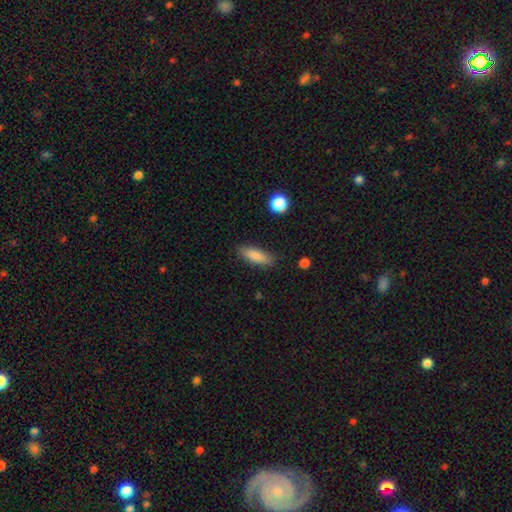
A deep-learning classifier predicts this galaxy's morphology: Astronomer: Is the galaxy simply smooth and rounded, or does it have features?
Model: smooth — 85%.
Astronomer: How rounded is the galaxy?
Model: in between — 55% (runner-up: cigar-shaped, 43%).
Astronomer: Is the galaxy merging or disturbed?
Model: none — 84%.